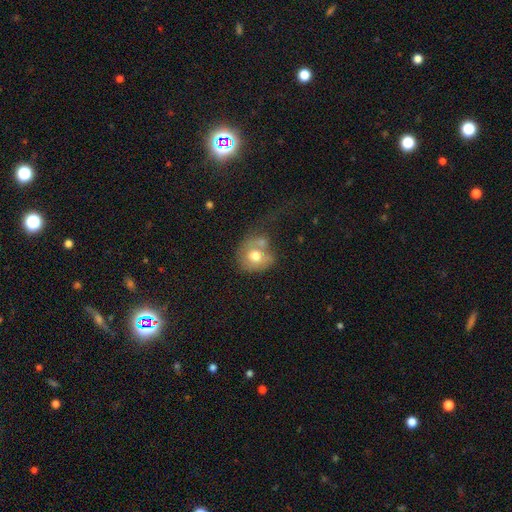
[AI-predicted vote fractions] Smooth or featured? smooth (65%)
How rounded? round (70%)
Merging? merger (34%)